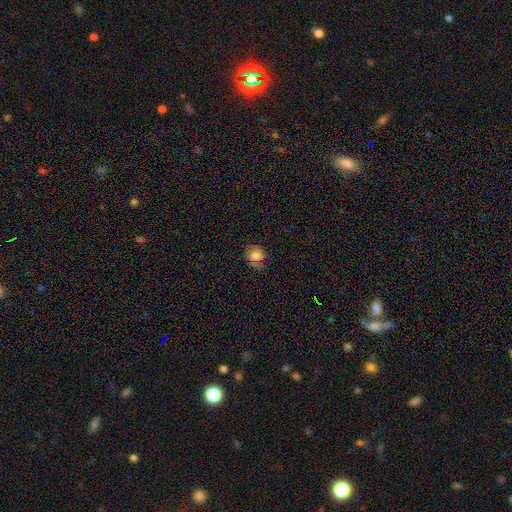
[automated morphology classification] Smooth or featured: smooth — 58% (featured or disk — 31%)
How rounded: in between — 49% (tied with round — 49%)
Merging: none — 65% (minor disturbance — 22%)